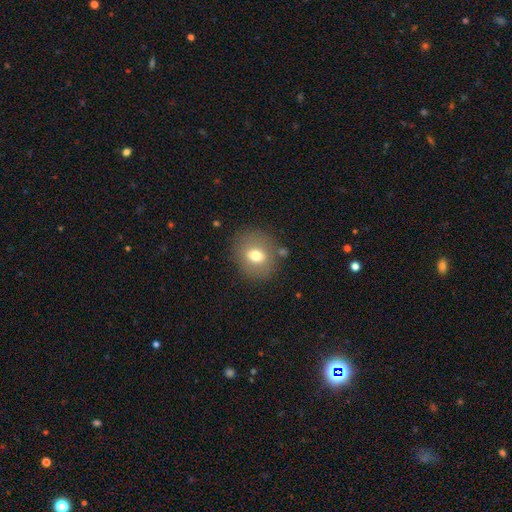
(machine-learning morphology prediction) Smooth or featured? Predicted: smooth (p=0.68). How rounded? Predicted: round (p=0.66). Merging? Predicted: none (p=0.79).